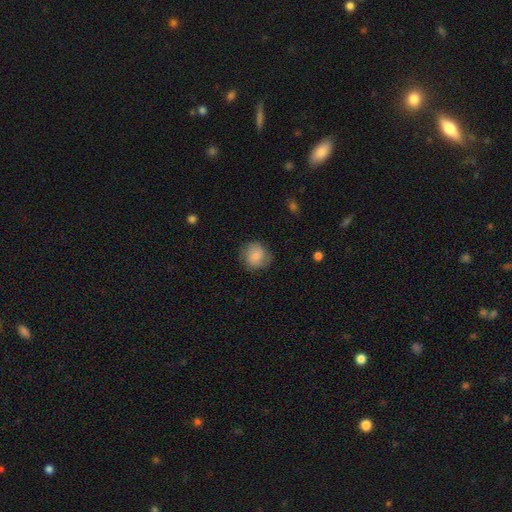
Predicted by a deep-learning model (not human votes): smooth_or_featured: smooth (p=0.73) [alt: featured or disk p=0.20]
how_rounded: round (p=0.86) [alt: in between p=0.13]
merging: none (p=0.73) [alt: minor disturbance p=0.20]